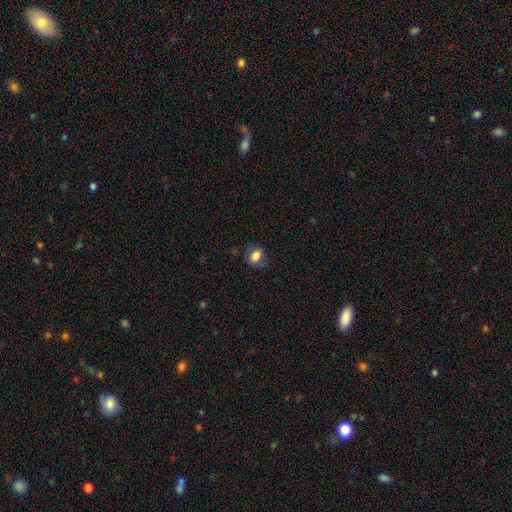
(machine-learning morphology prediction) A smooth galaxy with no disk features (79%) that is in between round and cigar-shaped (65%). Merging: none (75%).